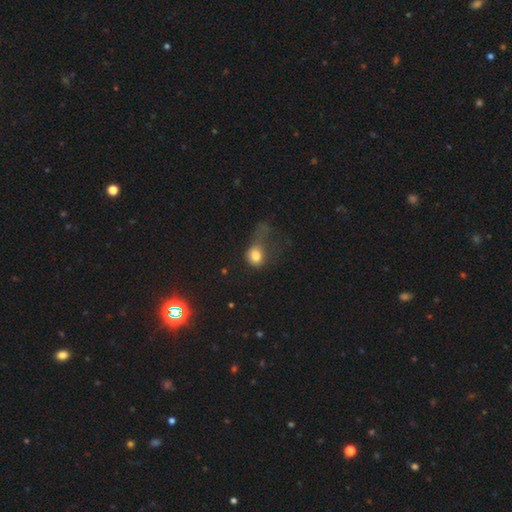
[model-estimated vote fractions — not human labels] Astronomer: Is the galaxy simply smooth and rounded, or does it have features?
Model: smooth — 76%.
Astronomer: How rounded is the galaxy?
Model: round — 61% (runner-up: in between, 38%).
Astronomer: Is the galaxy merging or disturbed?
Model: major disturbance — 58%.